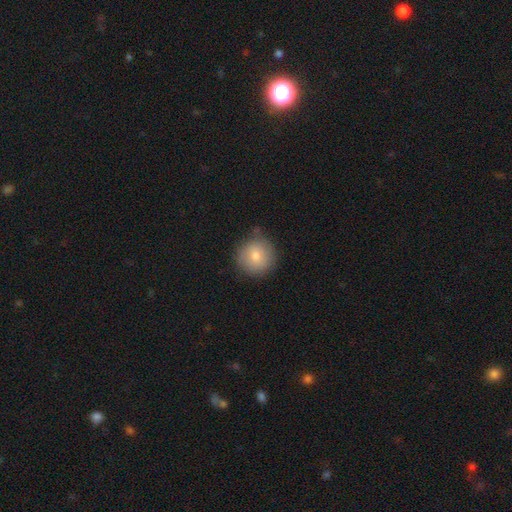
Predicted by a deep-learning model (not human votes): Smooth or featured? Predicted: smooth (p=0.78). How rounded? Predicted: round (p=0.93). Merging? Predicted: none (p=0.79).